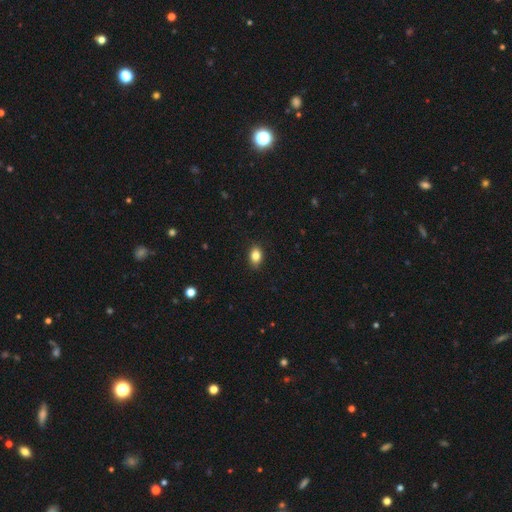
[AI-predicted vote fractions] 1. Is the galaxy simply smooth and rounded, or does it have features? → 84% smooth, 9% star or artifact, 6% featured or disk.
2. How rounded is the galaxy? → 77% in between, 22% round, 2% cigar-shaped.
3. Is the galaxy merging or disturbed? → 87% none, 10% minor disturbance, 2% major disturbance, 1% merger.